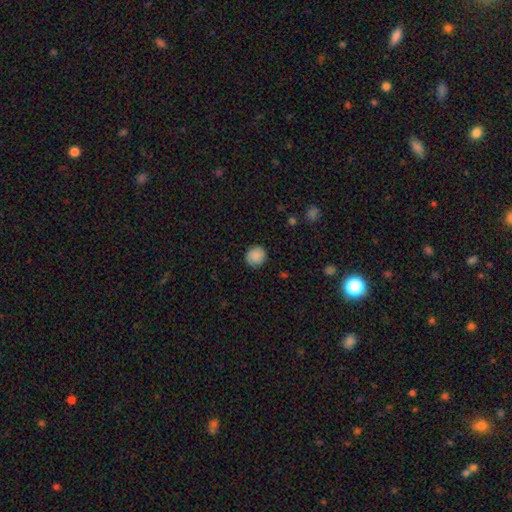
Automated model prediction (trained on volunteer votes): A smooth galaxy with no disk features (86%) that is round (91%).

Vote fractions:
- Smooth or featured? smooth: 86% / star or artifact: 8% / featured or disk: 6%
- How rounded? round: 91% / in between: 8% / cigar-shaped: 1%
- Merging? none: 87% / minor disturbance: 10% / major disturbance: 3% / merger: 1%